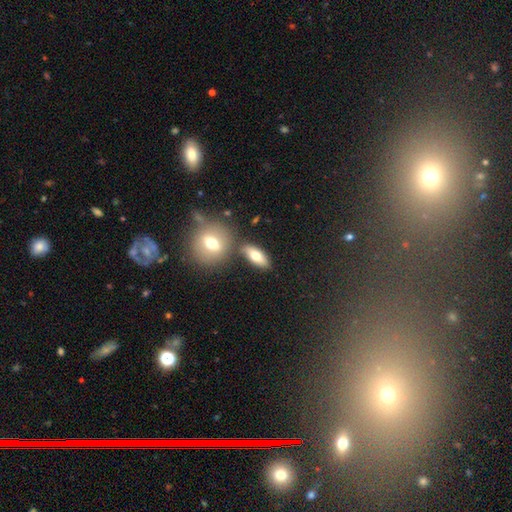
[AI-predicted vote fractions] smooth 70%, featured or disk 22%, star or artifact 8%. Down the decision tree: how rounded — in between (80%); merging — none (73%).